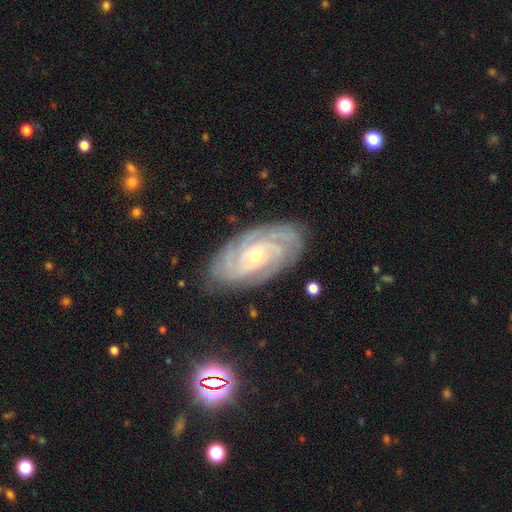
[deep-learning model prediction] A featured or disk galaxy (88%) with no bar (68%), 3 (27%) tight (77%) spiral arms (98%) and a small central bulge (64%).

Vote fractions:
- Smooth or featured? featured or disk: 88% / smooth: 6% / star or artifact: 6%
- Edge-on disk? no: 96% / yes: 4%
- Bar? no: 68% / weak: 25% / strong: 8%
- Spiral arms? yes: 98% / no: 2%
- Spiral winding? tight: 77% / medium: 20% / loose: 3%
- Spiral arm count? 3: 27% / 4: 26% / can't tell: 20% / 2: 13% / more than 4: 8% / 1: 6%
- Bulge size? small: 64% / moderate: 33% / large: 1% / none: 1% / dominant: 1%
- Merging? none: 81% / minor disturbance: 14% / major disturbance: 3% / merger: 1%